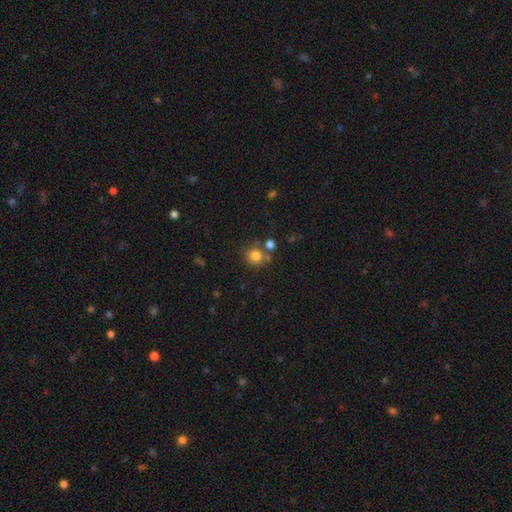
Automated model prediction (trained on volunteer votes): This is clearly a smooth galaxy (80%). How rounded: clearly round (89%). Merging: likely none (67%).